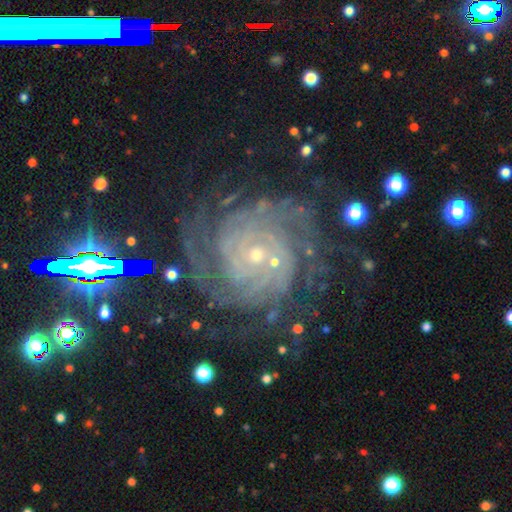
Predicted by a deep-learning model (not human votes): Overall: featured or disk (87%). Edge-on disk: no (97%). Bar: no (72%). Spiral arms: yes (98%). Spiral arm count: can't tell (25%; 4 19%). Spiral winding: tight (78%). Bulge size: small (79%). Merging: none (73%).